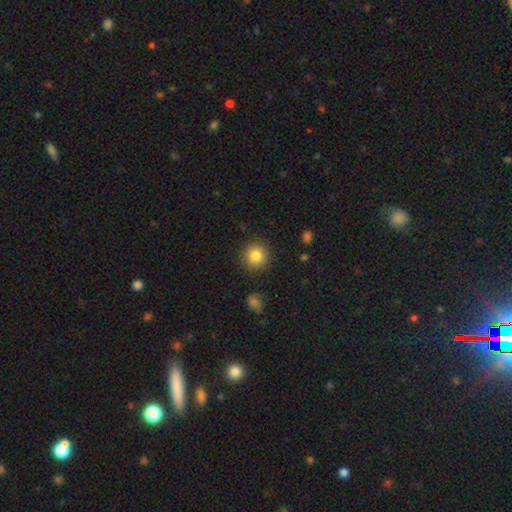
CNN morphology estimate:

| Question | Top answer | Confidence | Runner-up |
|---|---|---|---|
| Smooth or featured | smooth | 84% | star or artifact (10%) |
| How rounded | round | 93% | in between (6%) |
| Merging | none | 90% | minor disturbance (7%) |